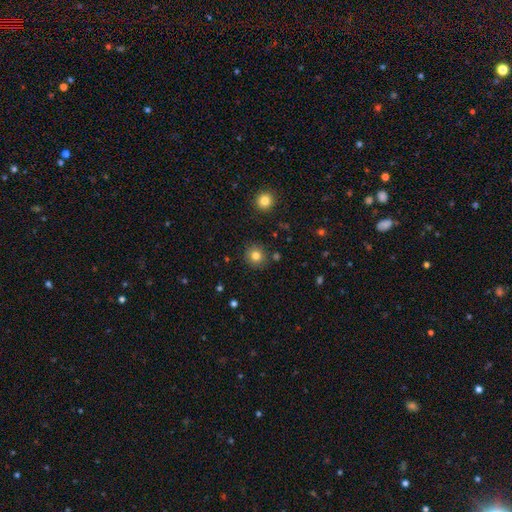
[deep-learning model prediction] This appears to be a smooth galaxy with no disk features (81%) that is round (92%). Merging: none (87%).